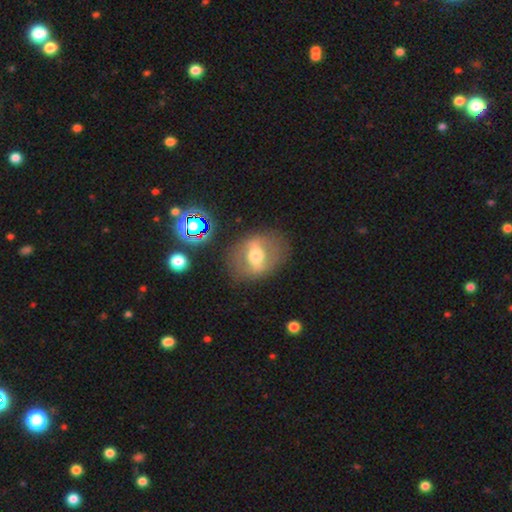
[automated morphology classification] smooth_or_featured: featured or disk (p=0.55) [alt: smooth p=0.35]
disk_edge_on: no (p=0.83) [alt: yes p=0.17]
merging: none (p=0.75) [alt: minor disturbance p=0.14]